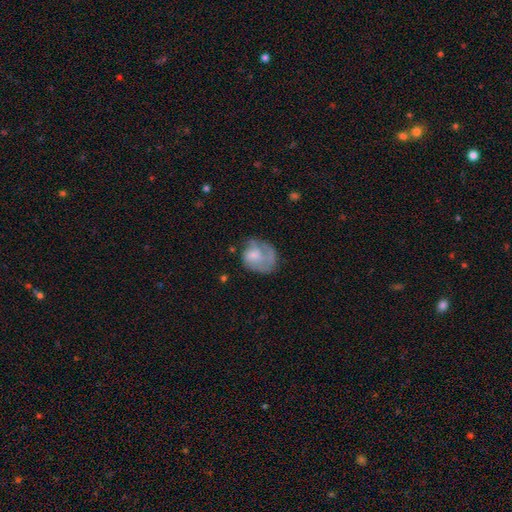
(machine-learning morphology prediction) This appears to be a featured or disk galaxy (50%). Merging: none (42%).